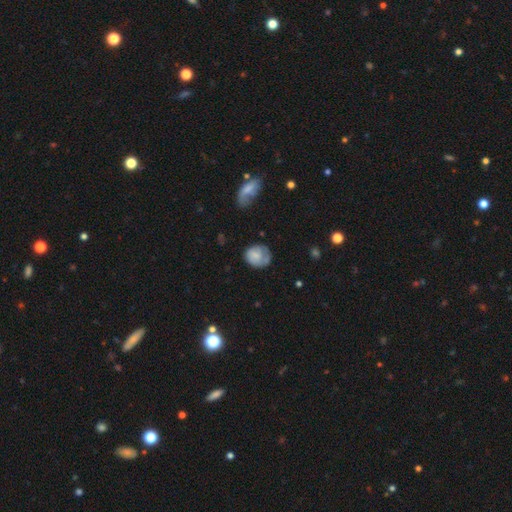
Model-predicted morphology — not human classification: Smooth or featured?
  - smooth: 63% *
  - featured or disk: 30%
  - star or artifact: 7%
How rounded?
  - round: 70% *
  - in between: 29%
  - cigar-shaped: 1%
Merging?
  - none: 52% *
  - minor disturbance: 31%
  - major disturbance: 15%
  - merger: 2%